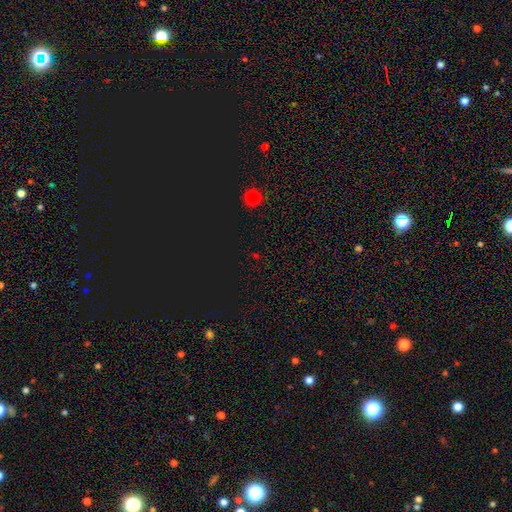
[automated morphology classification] A star or artifact, not a galaxy (65%).

Vote fractions:
- Smooth or featured? star or artifact: 65% / smooth: 28% / featured or disk: 6%